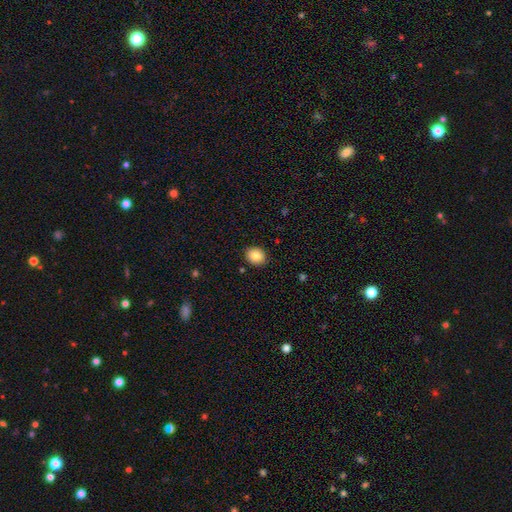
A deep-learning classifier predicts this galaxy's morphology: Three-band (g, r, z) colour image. It shows a smooth galaxy with no disk features (88%) that is round (63%). Merging: none (89%).